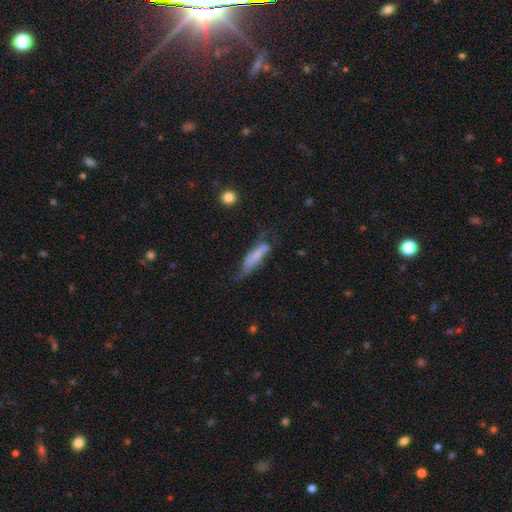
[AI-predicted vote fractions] The model was most divided on "merging": none: 43%, minor disturbance: 34%, major disturbance: 20%, merger: 4%. More confident: how rounded — cigar-shaped (68%); smooth or featured — smooth (58%).